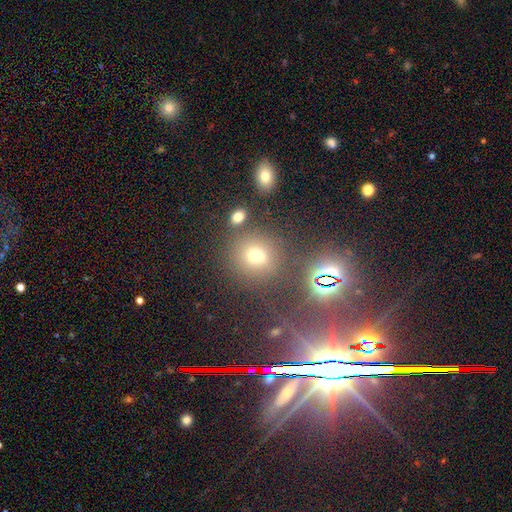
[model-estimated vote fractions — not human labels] Morphology: type=smooth (63%); roundness=round (83%); merging=none (58%).